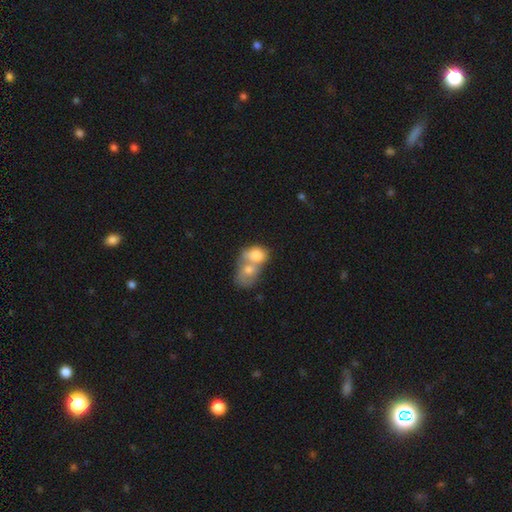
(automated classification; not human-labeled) Overall: smooth (74%). How rounded: in between (63%; round 36%). Merging: merger (78%).